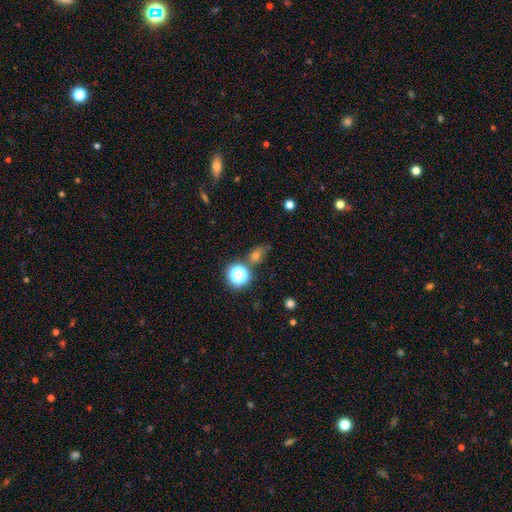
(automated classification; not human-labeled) A smooth galaxy with no disk features (48%).

Vote fractions:
- Smooth or featured? smooth: 48% / star or artifact: 40% / featured or disk: 12%
- Merging? none: 69% / minor disturbance: 14% / merger: 10% / major disturbance: 7%